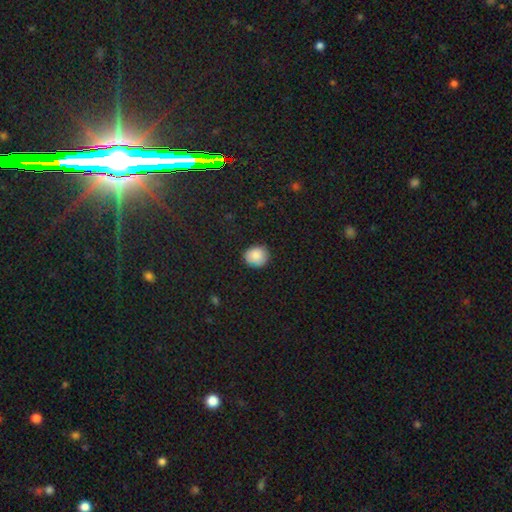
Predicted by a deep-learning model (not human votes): Smooth or featured: smooth — 87% (star or artifact — 8%)
How rounded: round — 78% (in between — 21%)
Merging: none — 85% (minor disturbance — 12%)